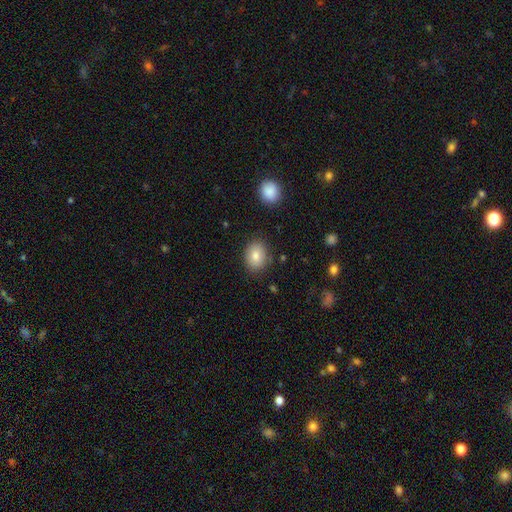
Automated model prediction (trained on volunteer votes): A smooth galaxy with no disk features (83%) that is in between round and cigar-shaped (59%).

Vote fractions:
- Smooth or featured? smooth: 83% / featured or disk: 8% / star or artifact: 8%
- How rounded? in between: 59% / round: 40% / cigar-shaped: 1%
- Merging? none: 84% / minor disturbance: 11% / major disturbance: 3% / merger: 2%